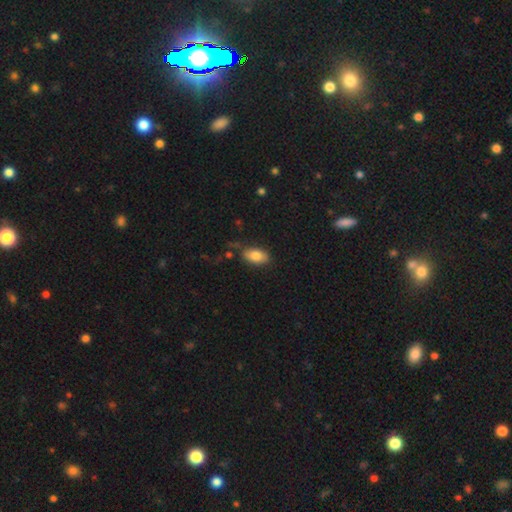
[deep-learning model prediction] Smooth or featured: smooth — 84% (featured or disk — 9%)
How rounded: in between — 92% (round — 5%)
Merging: none — 75% (minor disturbance — 17%)